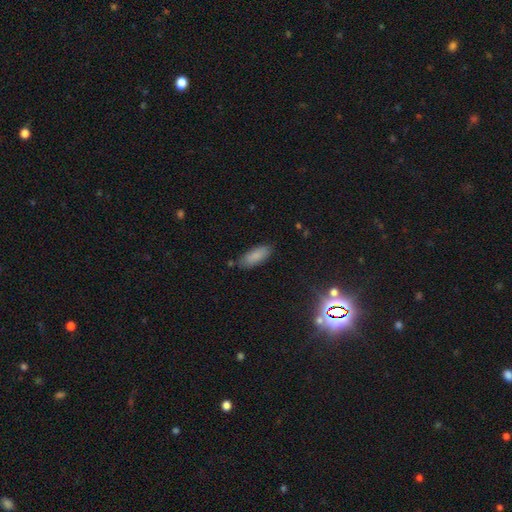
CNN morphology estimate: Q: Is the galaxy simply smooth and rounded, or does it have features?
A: smooth — 84%.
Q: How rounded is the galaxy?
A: in between — 74%.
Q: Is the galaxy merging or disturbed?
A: none — 79%.